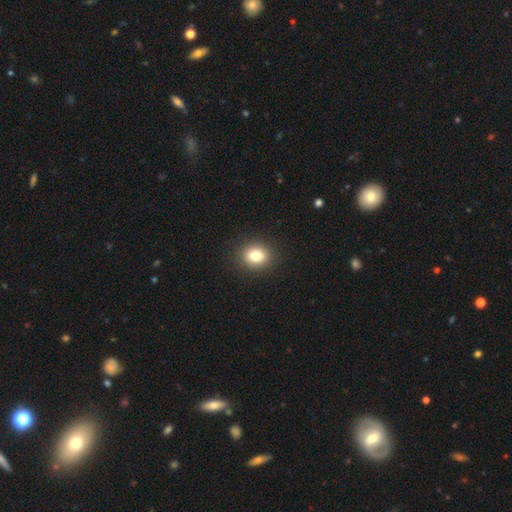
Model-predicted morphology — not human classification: A smooth galaxy with no disk features (81%) that is round (67%). Merging: none (91%).